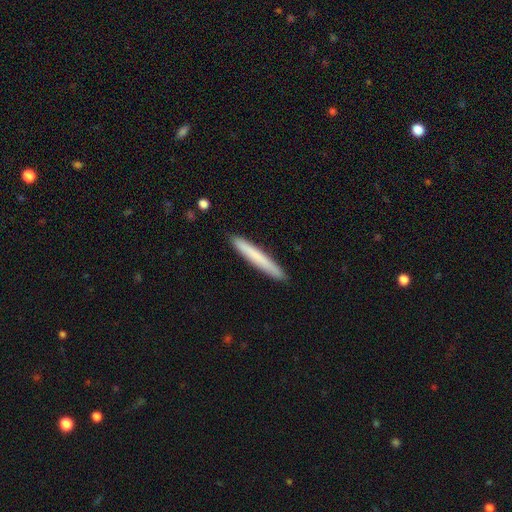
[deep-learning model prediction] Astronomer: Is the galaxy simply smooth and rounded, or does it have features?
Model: smooth — 74%.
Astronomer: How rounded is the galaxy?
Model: cigar-shaped — 97%.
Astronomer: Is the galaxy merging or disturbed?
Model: none — 92%.